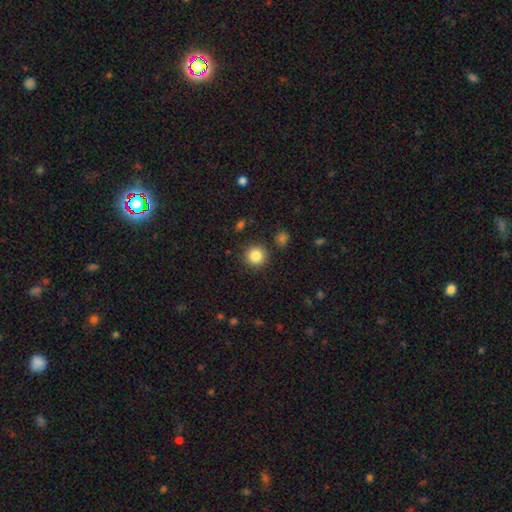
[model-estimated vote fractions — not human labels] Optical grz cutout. It shows a smooth galaxy with no disk features (86%) that is round (94%). Merging: none (89%).